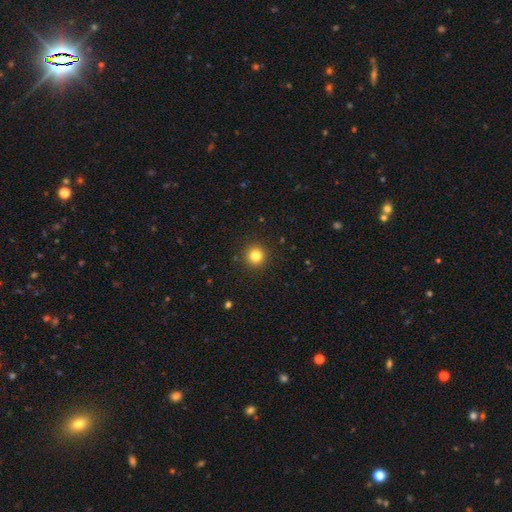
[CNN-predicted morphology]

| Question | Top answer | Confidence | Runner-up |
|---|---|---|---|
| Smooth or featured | smooth | 82% | star or artifact (13%) |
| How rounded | round | 95% | in between (4%) |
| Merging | none | 93% | minor disturbance (5%) |